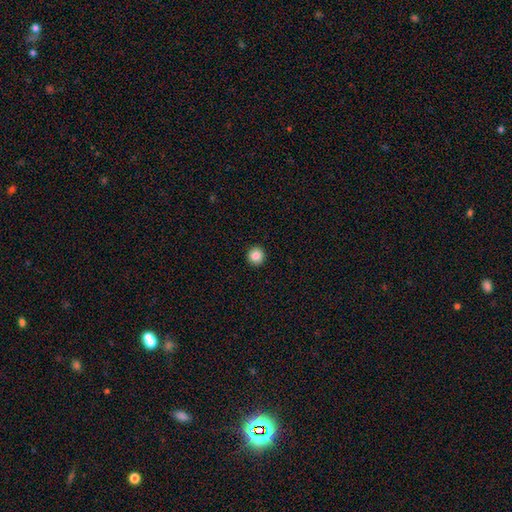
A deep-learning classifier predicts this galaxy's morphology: Smooth or featured?
  - smooth: 86% *
  - star or artifact: 10%
  - featured or disk: 4%
How rounded?
  - round: 94% *
  - in between: 5%
  - cigar-shaped: 1%
Merging?
  - none: 94% *
  - minor disturbance: 4%
  - major disturbance: 1%
  - merger: 1%